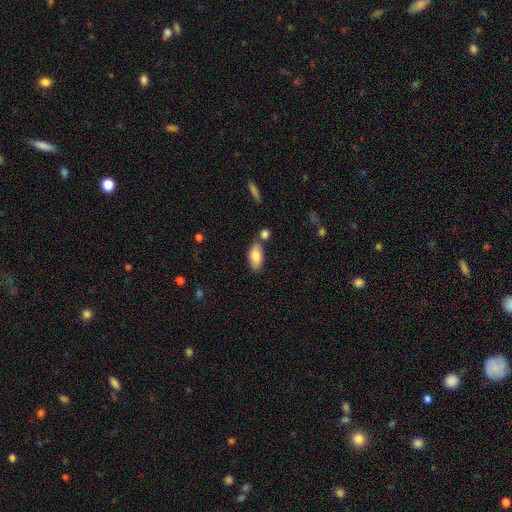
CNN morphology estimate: A smooth galaxy with no disk features (81%) that is in between round and cigar-shaped (91%).

Vote fractions:
- Smooth or featured? smooth: 81% / featured or disk: 12% / star or artifact: 7%
- How rounded? in between: 91% / cigar-shaped: 7% / round: 3%
- Merging? none: 73% / minor disturbance: 13% / merger: 11% / major disturbance: 3%